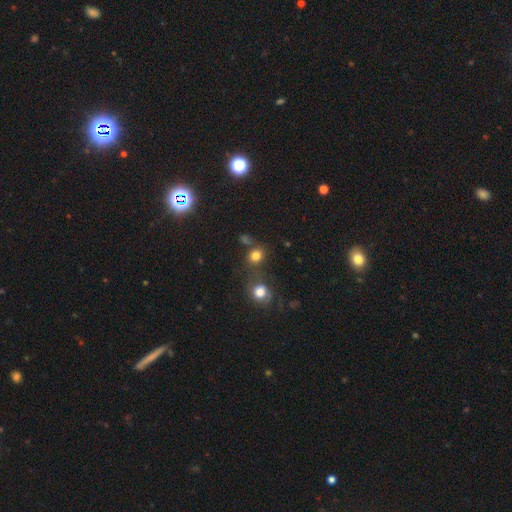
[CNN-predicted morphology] Smooth or featured? Predicted: smooth (p=0.78). How rounded? Predicted: round (p=0.79). Merging? Predicted: none (p=0.65).